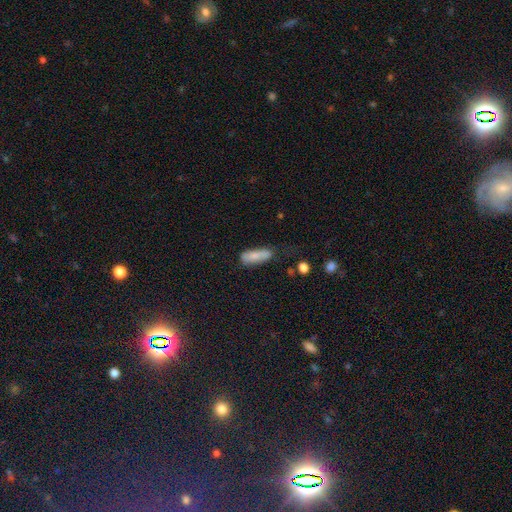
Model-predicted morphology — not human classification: smooth-or-featured: smooth: 79% | featured or disk: 14% | star or artifact: 7%
  how-rounded: in between: 56% | cigar-shaped: 41% | round: 2%
  merging: none: 54% | minor disturbance: 30% | major disturbance: 10% | merger: 6%